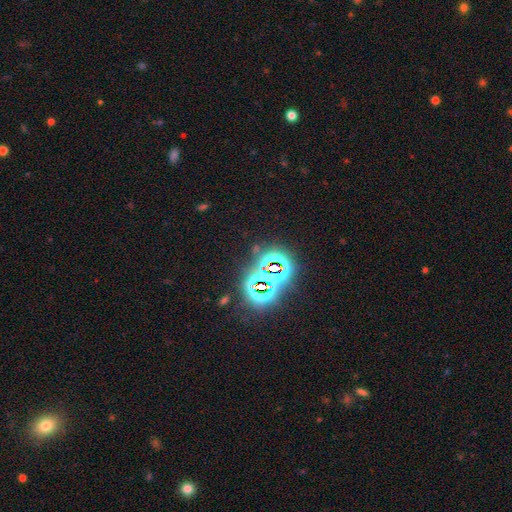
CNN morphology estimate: Q: Smooth or featured?
A: star or artifact (76%); runner-up: smooth (14%)